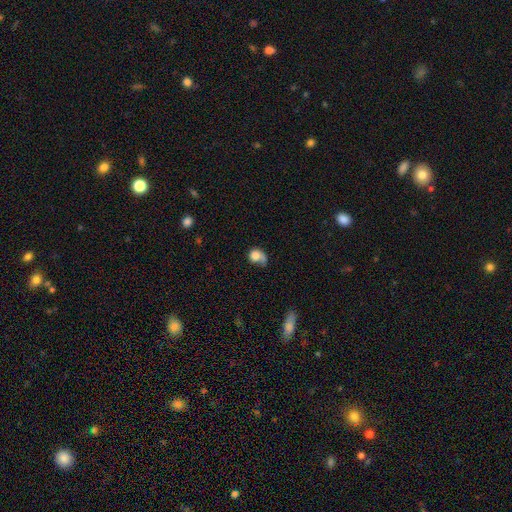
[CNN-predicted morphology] Smooth or featured? smooth (69%)
How rounded? round (59%)
Merging? major disturbance (35%)